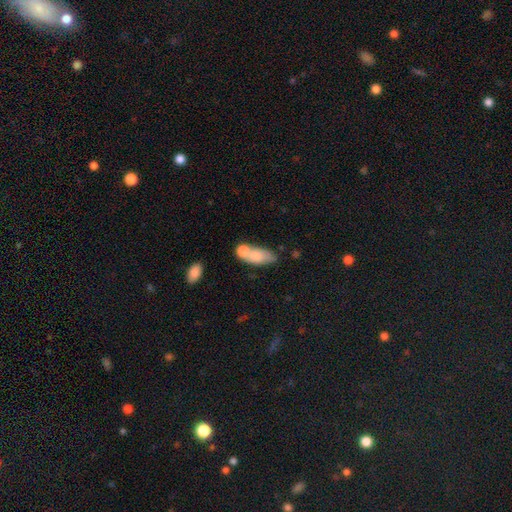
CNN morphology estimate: Smooth or featured? Predicted: smooth (p=0.74). How rounded? Predicted: in between (p=0.78). Merging? Predicted: merger (p=0.39).